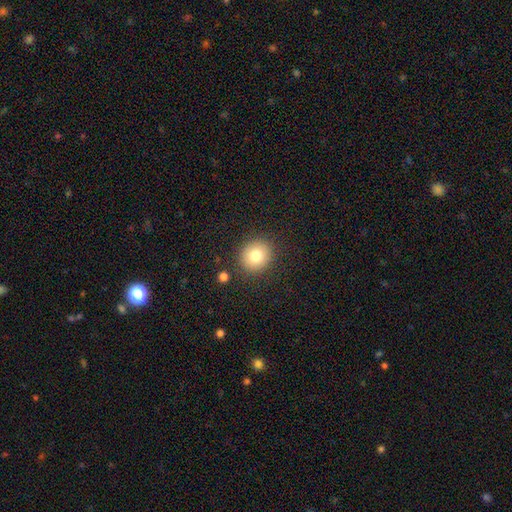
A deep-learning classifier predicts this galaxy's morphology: Overall: smooth (80%). How rounded: round (86%). Merging: none (87%).